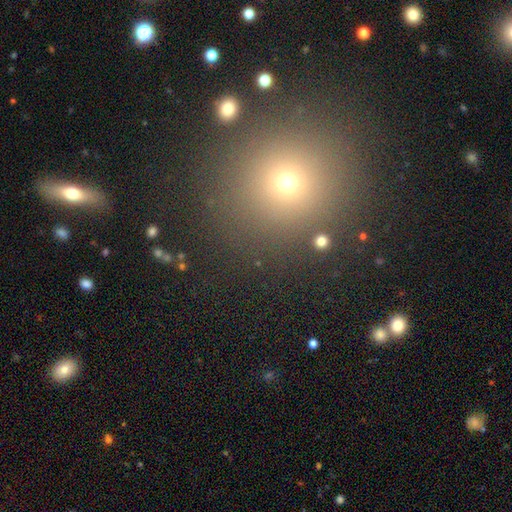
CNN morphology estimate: Overall: smooth (59%; star or artifact 32%). How rounded: round (91%). Merging: none (89%).